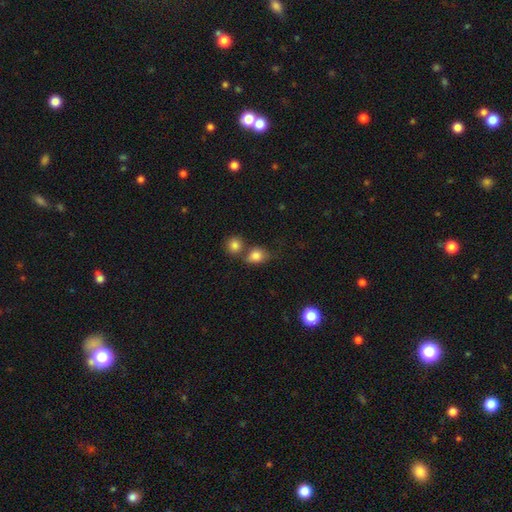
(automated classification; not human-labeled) A smooth galaxy with no disk features (82%) that is in between round and cigar-shaped (50%).

Vote fractions:
- Smooth or featured? smooth: 82% / star or artifact: 10% / featured or disk: 8%
- How rounded? in between: 50% / round: 49% / cigar-shaped: 2%
- Merging? none: 47% / merger: 32% / minor disturbance: 15% / major disturbance: 6%